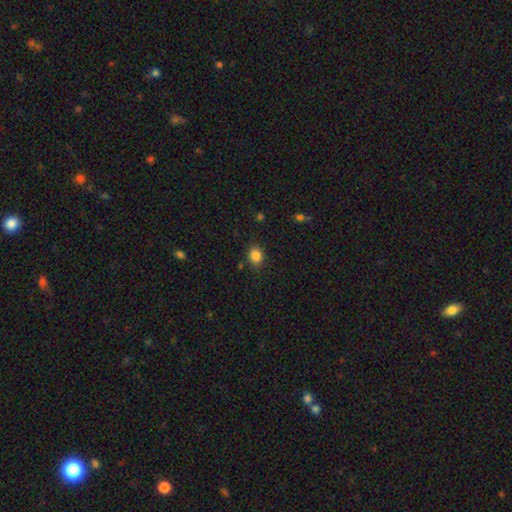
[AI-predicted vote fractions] smooth-or-featured: smooth: 85% | star or artifact: 10% | featured or disk: 4%
  how-rounded: in between: 51% | round: 48% | cigar-shaped: 1%
  merging: none: 82% | minor disturbance: 13% | major disturbance: 3% | merger: 2%